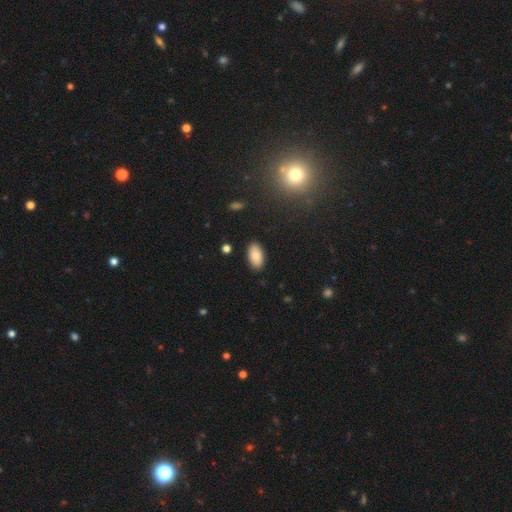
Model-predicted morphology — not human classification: Q: Smooth or featured?
A: smooth (85%); runner-up: star or artifact (8%)
Q: How rounded?
A: in between (95%); runner-up: cigar-shaped (3%)
Q: Merging?
A: none (88%); runner-up: minor disturbance (9%)